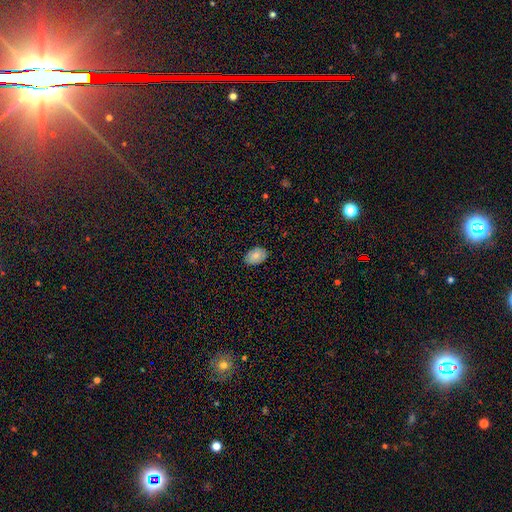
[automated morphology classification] A smooth galaxy with no disk features (78%) that is in between round and cigar-shaped (85%). Merging: none (85%).